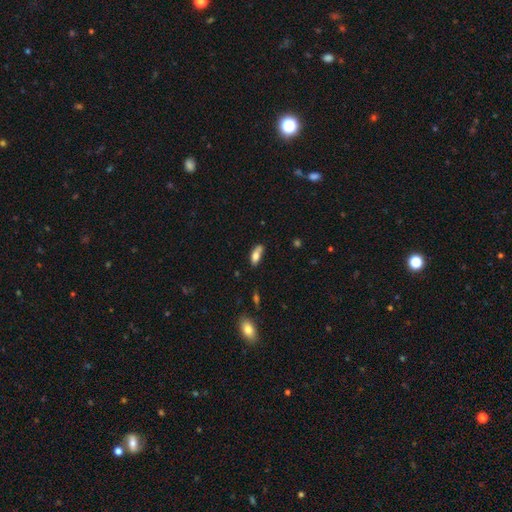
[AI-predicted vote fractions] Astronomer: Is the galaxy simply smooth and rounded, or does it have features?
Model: smooth — 75%.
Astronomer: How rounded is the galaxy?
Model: in between — 79%.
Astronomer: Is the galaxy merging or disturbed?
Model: none — 50% (runner-up: minor disturbance, 30%).